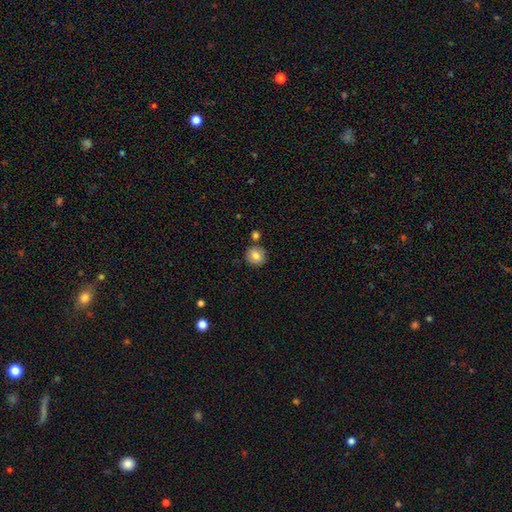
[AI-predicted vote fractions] Smooth or featured: smooth — 80% (featured or disk — 11%)
How rounded: round — 86% (in between — 13%)
Merging: none — 78% (minor disturbance — 10%)